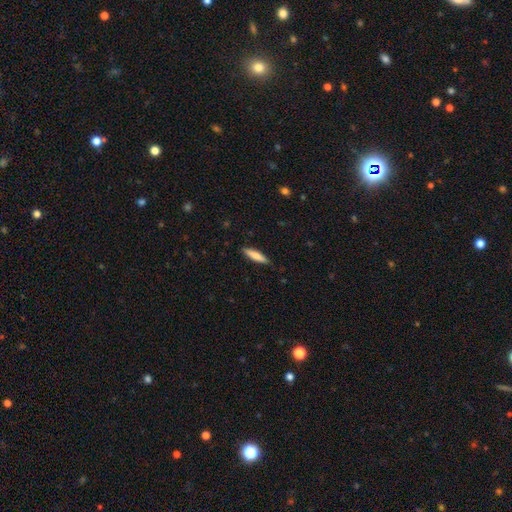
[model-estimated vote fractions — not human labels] Overall: smooth (75%). How rounded: cigar-shaped (80%). Merging: none (87%).